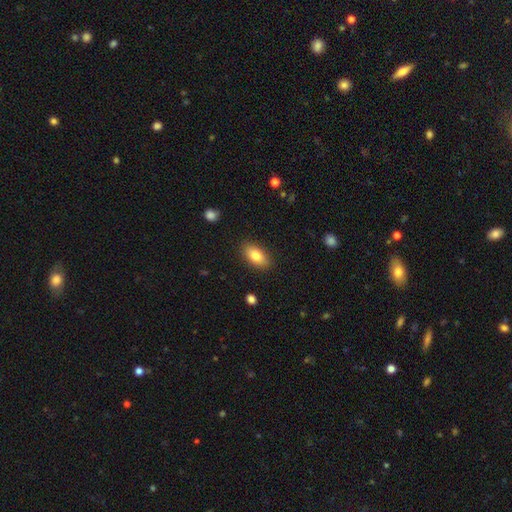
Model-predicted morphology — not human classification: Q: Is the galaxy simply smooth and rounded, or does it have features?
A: smooth — 82%.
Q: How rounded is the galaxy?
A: in between — 90%.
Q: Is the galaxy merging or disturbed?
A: none — 87%.